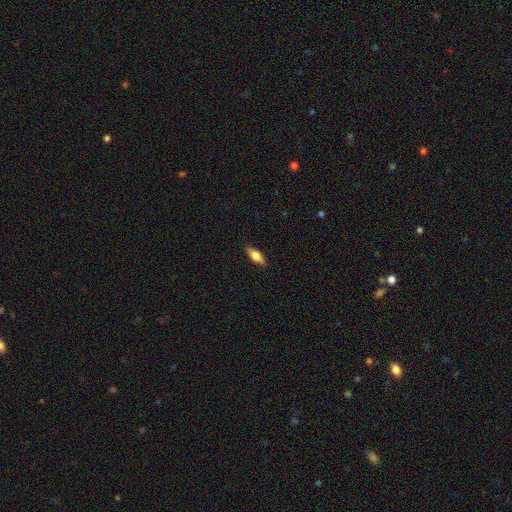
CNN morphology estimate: A smooth galaxy with no disk features (66%) that is in between round and cigar-shaped (70%). Merging: none (87%).